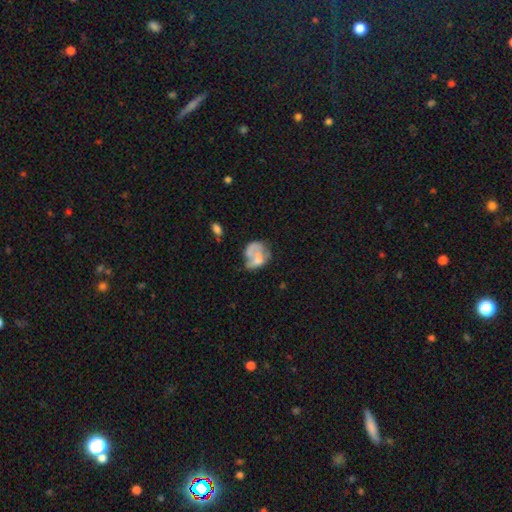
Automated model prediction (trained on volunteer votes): smooth 50%, featured or disk 41%, star or artifact 9%. Down the decision tree: how rounded — in between (56%); merging — major disturbance (30%).